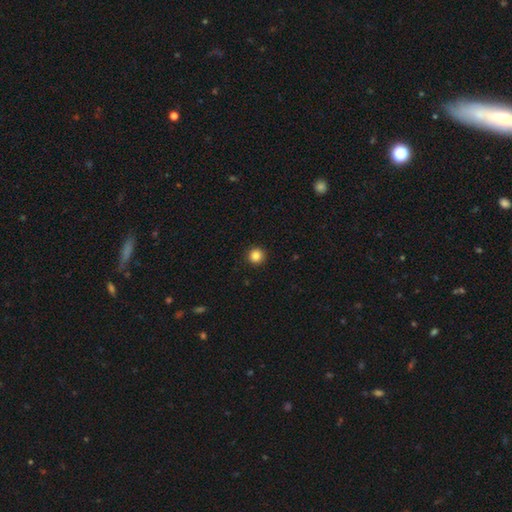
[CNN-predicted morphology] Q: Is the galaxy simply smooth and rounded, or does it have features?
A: smooth — 85%.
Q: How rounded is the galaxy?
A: round — 95%.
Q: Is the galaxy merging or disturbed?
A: none — 93%.